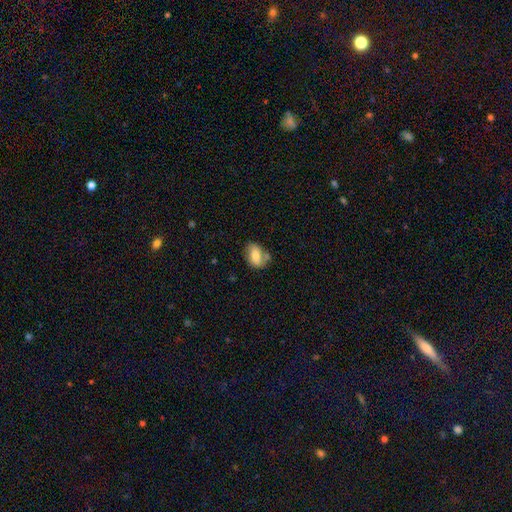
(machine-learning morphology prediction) This appears to be a smooth galaxy with no disk features (72%) that is in between round and cigar-shaped (80%). Merging: none (58%).